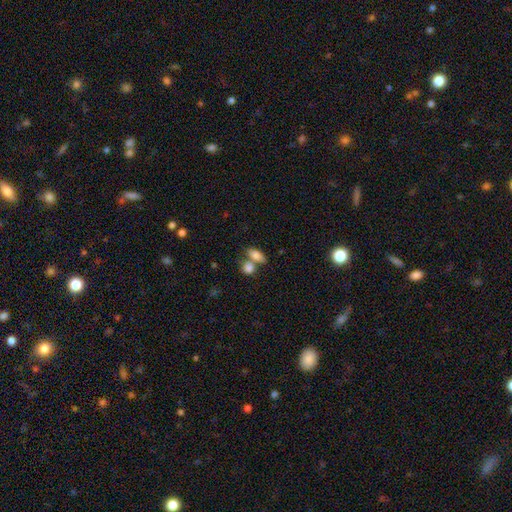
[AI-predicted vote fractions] smooth_or_featured: smooth (p=0.80) [alt: featured or disk p=0.12]
how_rounded: in between (p=0.80) [alt: round p=0.10]
merging: none (p=0.42) [tied with: merger p=0.42]